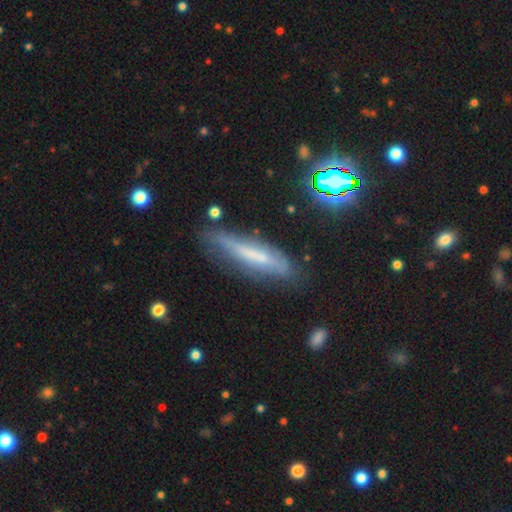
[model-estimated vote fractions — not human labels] Smooth or featured: featured or disk — 46% (smooth — 44%)
Merging: none — 60% (minor disturbance — 27%)